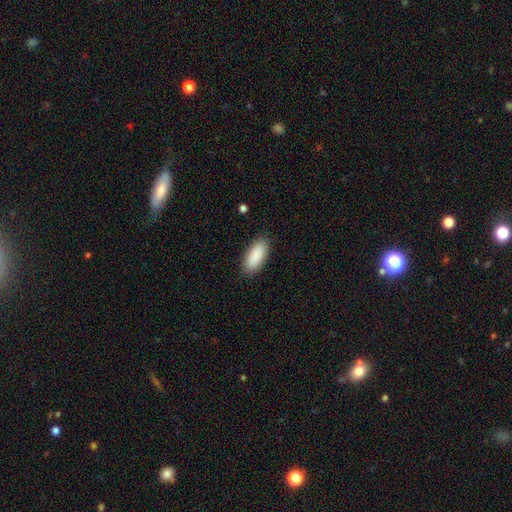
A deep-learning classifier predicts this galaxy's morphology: This appears to be a smooth galaxy with no disk features (90%) that is in between round and cigar-shaped (86%). Merging: none (88%).